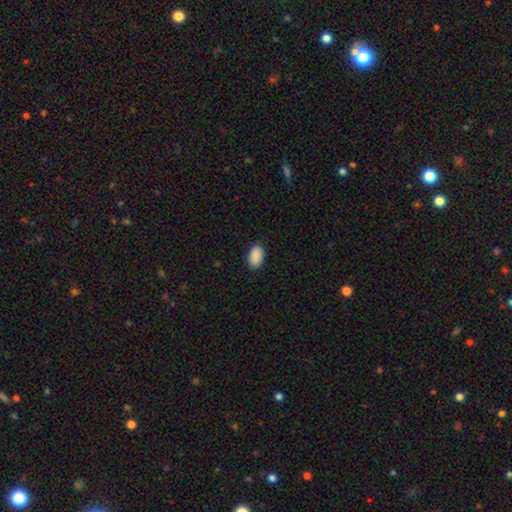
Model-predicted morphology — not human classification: type=smooth (91%); roundness=in between (93%); merging=none (87%).